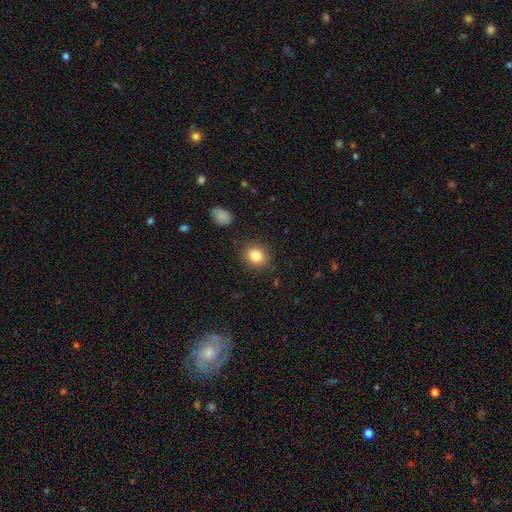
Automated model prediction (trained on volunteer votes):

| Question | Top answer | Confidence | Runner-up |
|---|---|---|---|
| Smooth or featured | smooth | 83% | star or artifact (10%) |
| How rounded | round | 71% | in between (28%) |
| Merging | none | 87% | minor disturbance (9%) |